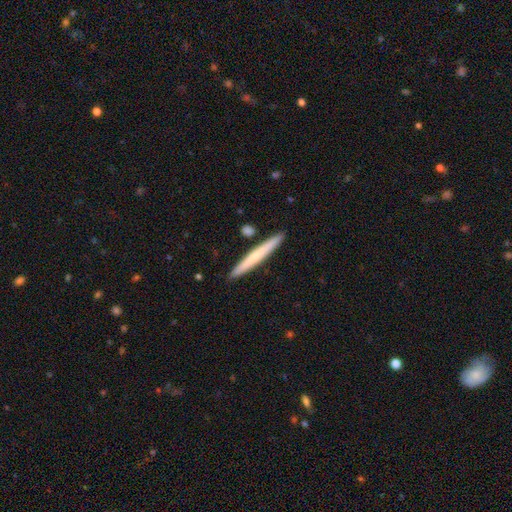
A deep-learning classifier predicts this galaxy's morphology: smooth-or-featured: smooth: 58% | featured or disk: 37% | star or artifact: 5%
  how-rounded: cigar-shaped: 97% | in between: 2% | round: 1%
  merging: none: 89% | minor disturbance: 7% | merger: 3% | major disturbance: 1%